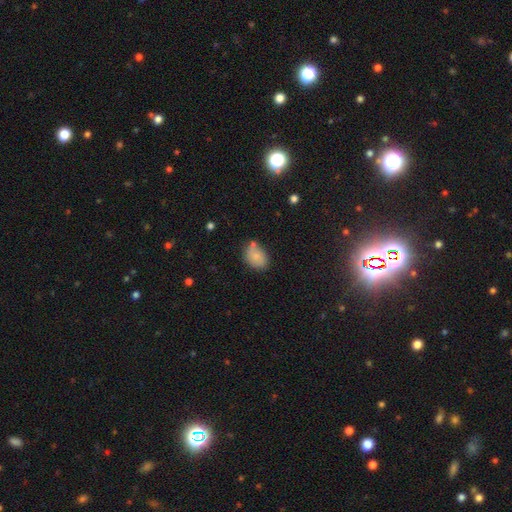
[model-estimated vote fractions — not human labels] This is likely a smooth galaxy (75%). How rounded: likely in between (76%). Merging: possibly none (57%).